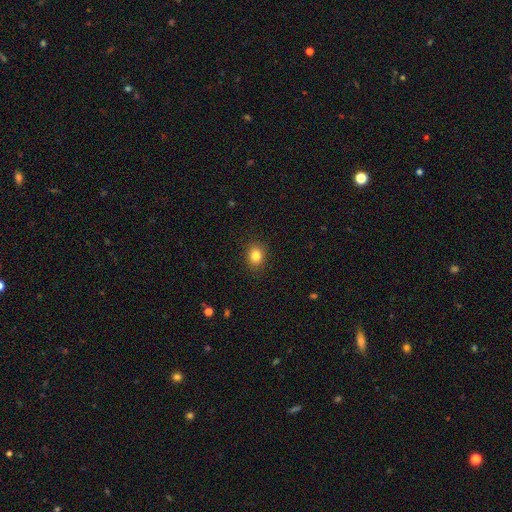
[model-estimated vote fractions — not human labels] Smooth or featured? Predicted: smooth (p=0.83). How rounded? Predicted: round (p=0.60). Merging? Predicted: none (p=0.89).